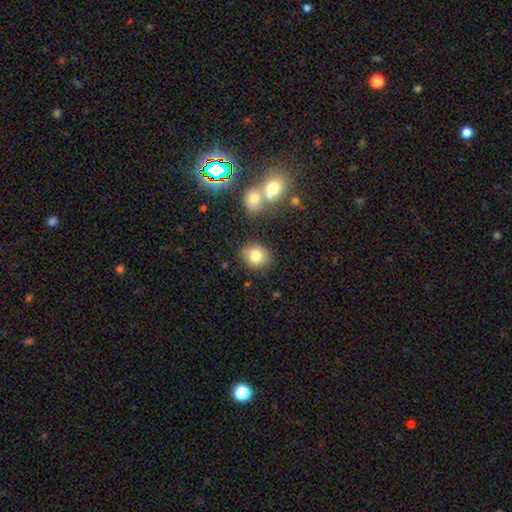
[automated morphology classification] A smooth galaxy with no disk features (80%) that is round (63%).

Vote fractions:
- Smooth or featured? smooth: 80% / star or artifact: 10% / featured or disk: 9%
- How rounded? round: 63% / in between: 36% / cigar-shaped: 1%
- Merging? none: 75% / minor disturbance: 13% / merger: 8% / major disturbance: 4%